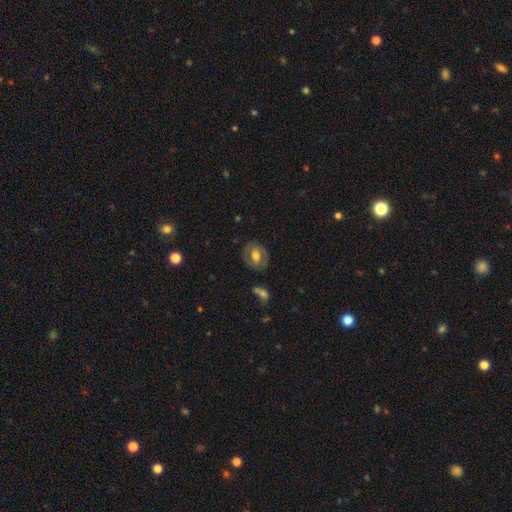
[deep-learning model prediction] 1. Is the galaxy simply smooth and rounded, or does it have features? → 48% smooth, 45% featured or disk, 7% star or artifact.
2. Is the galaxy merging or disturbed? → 79% none, 14% minor disturbance, 5% major disturbance, 2% merger.